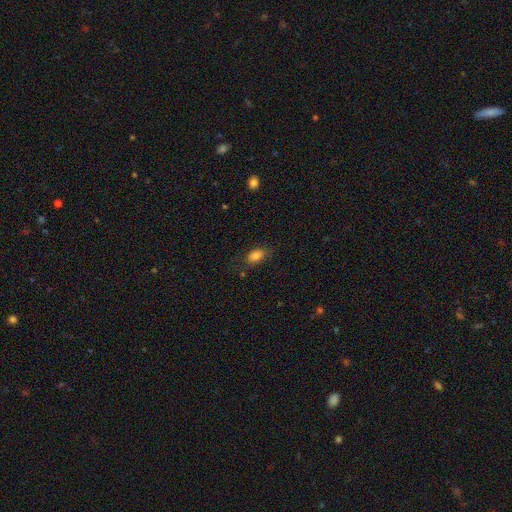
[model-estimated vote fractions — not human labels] smooth 83%, star or artifact 9%, featured or disk 7%. Down the decision tree: how rounded — in between (87%); merging — none (78%).